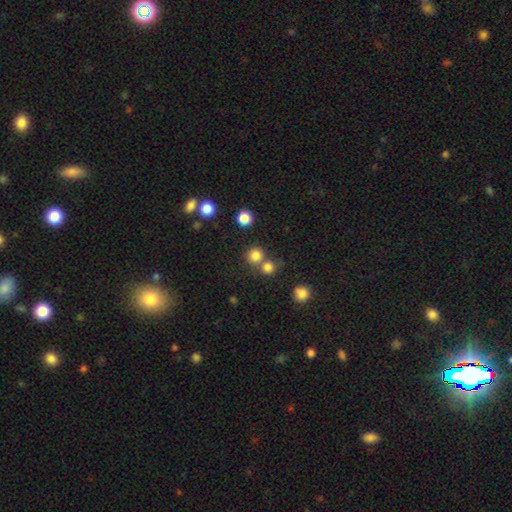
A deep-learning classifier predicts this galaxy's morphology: Smooth or featured?
  - smooth: 79% *
  - star or artifact: 15%
  - featured or disk: 6%
How rounded?
  - round: 92% *
  - in between: 8%
  - cigar-shaped: 1%
Merging?
  - none: 64% *
  - merger: 27%
  - minor disturbance: 6%
  - major disturbance: 3%